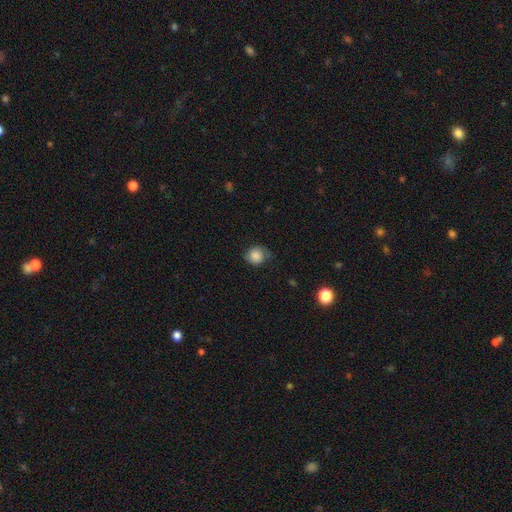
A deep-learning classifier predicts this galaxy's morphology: A smooth galaxy with no disk features (84%) that is round (82%). Merging: none (66%).